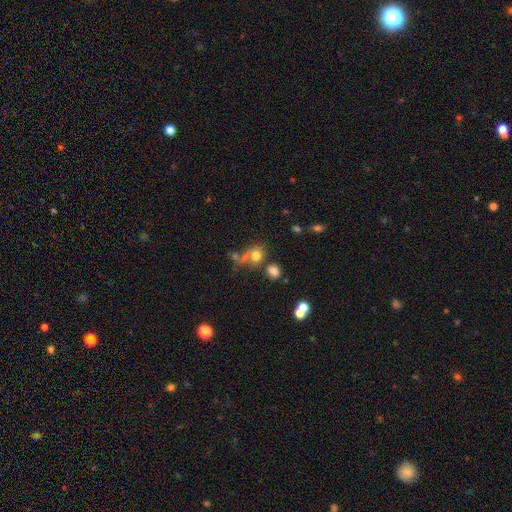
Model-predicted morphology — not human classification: smooth_or_featured: smooth (p=0.74) [alt: star or artifact p=0.15]
how_rounded: round (p=0.71) [alt: in between p=0.28]
merging: none (p=0.47) [alt: merger p=0.29]